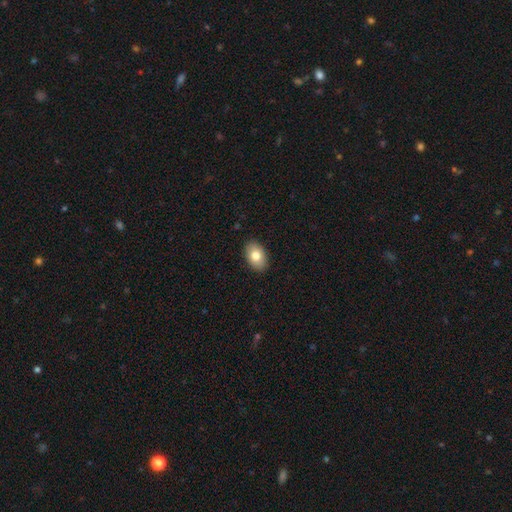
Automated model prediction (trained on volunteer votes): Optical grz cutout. It shows a smooth galaxy with no disk features (79%) that is in between round and cigar-shaped (87%). Merging: none (89%).